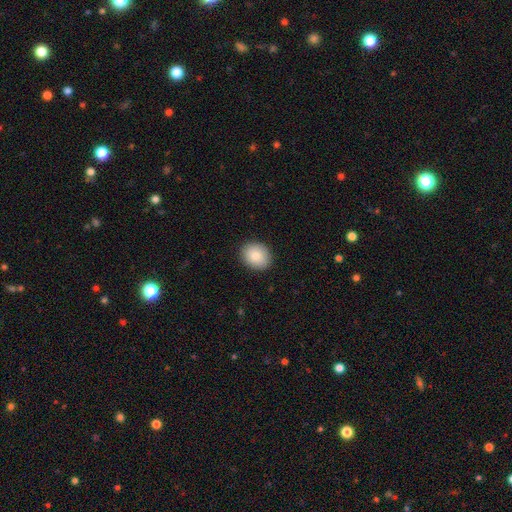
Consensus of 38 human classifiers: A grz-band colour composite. It shows a smooth galaxy with no disk features (92%) that is round (63%). Merging: none (89%).